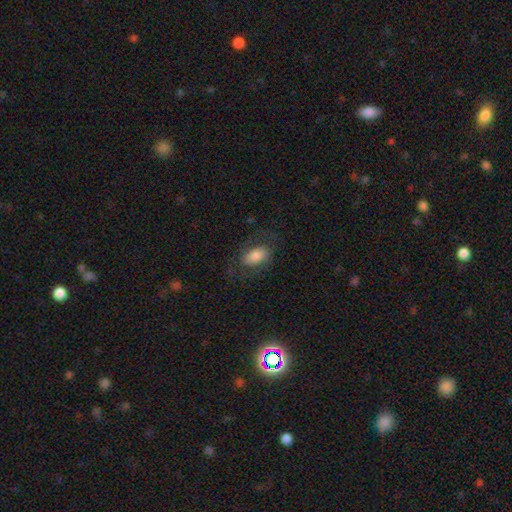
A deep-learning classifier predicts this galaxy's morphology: Q: Smooth or featured?
A: smooth (72%); runner-up: featured or disk (20%)
Q: How rounded?
A: in between (90%); runner-up: round (8%)
Q: Merging?
A: none (68%); runner-up: minor disturbance (17%)